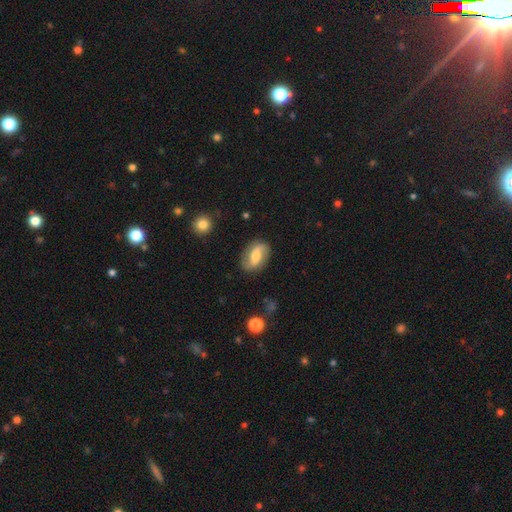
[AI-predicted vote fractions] smooth-or-featured: featured or disk: 63% | smooth: 31% | star or artifact: 7%
  disk-edge-on: no: 96% | yes: 4%
    bar: weak: 44% | no: 28% | strong: 28%
    has-spiral-arms: yes: 87% | no: 13%
      spiral-winding: loose: 60% | medium: 29% | tight: 11%
      spiral-arm-count: 2: 90% | can't tell: 4% | 1: 3% | 3: 1% | 4: 1% | more than 4: 1%
    bulge-size: moderate: 58% | small: 24% | large: 11% | none: 4% | dominant: 2%
  merging: none: 82% | minor disturbance: 13% | major disturbance: 4% | merger: 2%